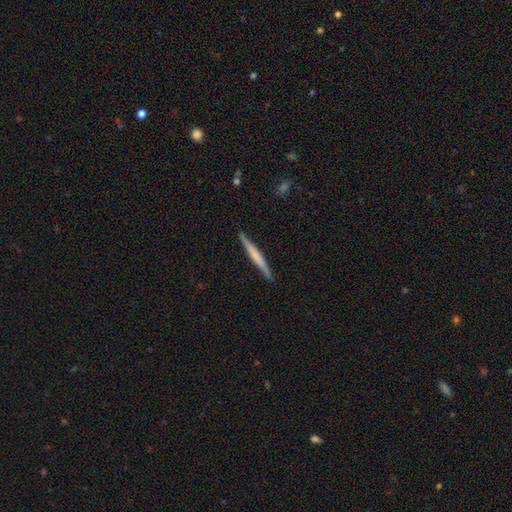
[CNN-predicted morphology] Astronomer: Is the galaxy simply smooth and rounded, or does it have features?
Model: smooth — 47%, tied with featured or disk at 47%.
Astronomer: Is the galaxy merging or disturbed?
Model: none — 89%.